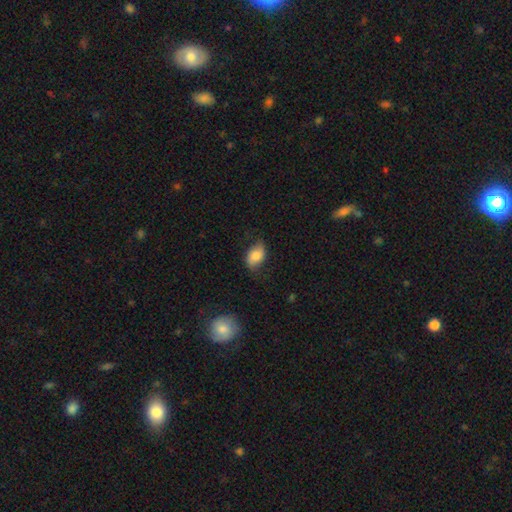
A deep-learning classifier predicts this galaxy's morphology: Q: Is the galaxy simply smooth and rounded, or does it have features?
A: smooth — 72%.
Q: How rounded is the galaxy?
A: in between — 86%.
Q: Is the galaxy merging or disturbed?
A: none — 67%.